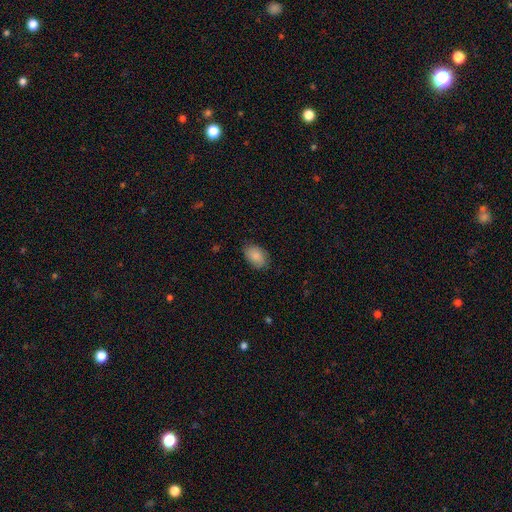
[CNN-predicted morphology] A smooth galaxy with no disk features (87%) that is in between round and cigar-shaped (88%). Merging: none (81%).